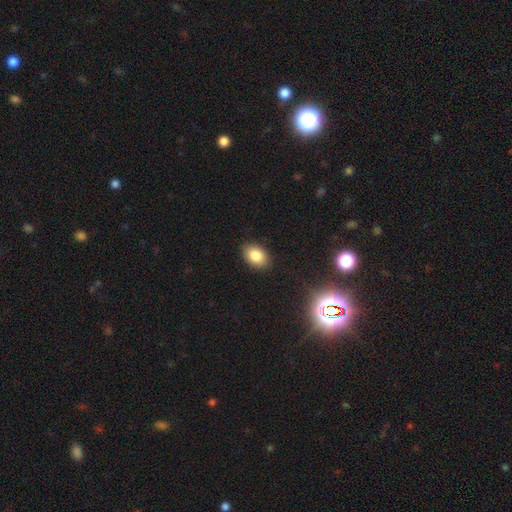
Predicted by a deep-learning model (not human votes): Morphology: type=smooth (83%); roundness=in between (84%); merging=none (88%).